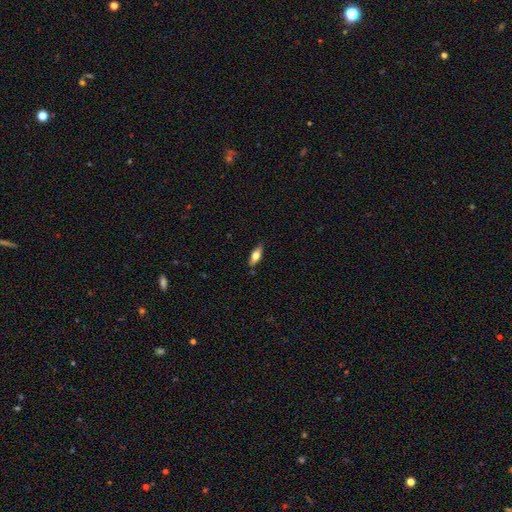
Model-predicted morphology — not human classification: type=smooth (66%); roundness=in between (72%); merging=none (85%).